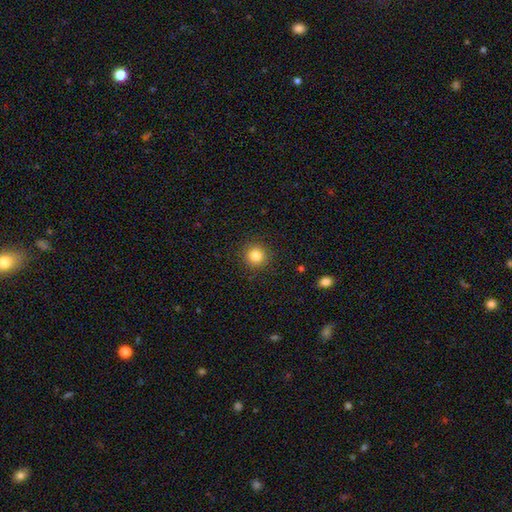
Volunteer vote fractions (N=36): Volunteers were most divided on "smooth or featured": smooth: 92%, featured or disk: 6%, star or artifact: 3%. More confident: merging — none (97%); how rounded — round (94%).